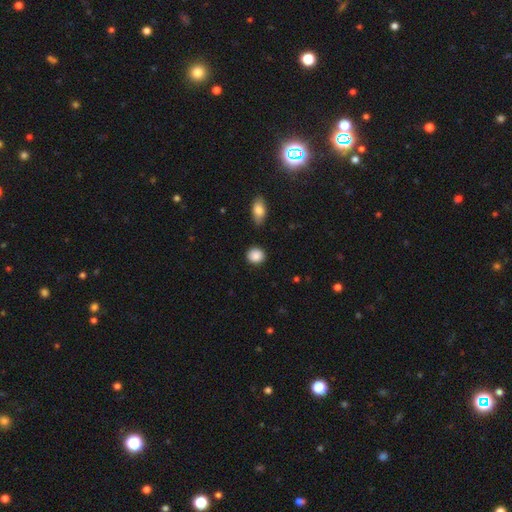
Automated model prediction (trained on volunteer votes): Smooth or featured? smooth (88%)
How rounded? round (82%)
Merging? none (86%)